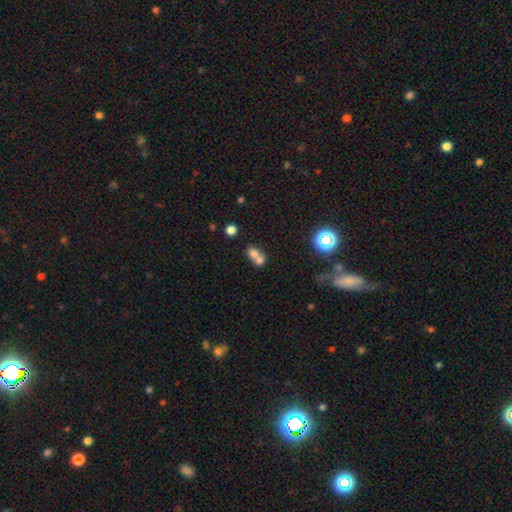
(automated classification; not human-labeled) Smooth or featured?
  - smooth: 69% *
  - featured or disk: 16%
  - star or artifact: 14%
How rounded?
  - round: 52% *
  - in between: 47%
  - cigar-shaped: 2%
Merging?
  - merger: 68% *
  - none: 24%
  - minor disturbance: 5%
  - major disturbance: 3%